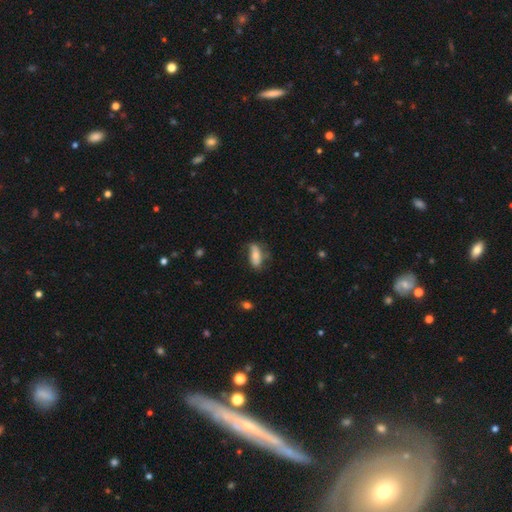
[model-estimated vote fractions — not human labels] Smooth or featured? Predicted: smooth (p=0.61). How rounded? Predicted: in between (p=0.78). Merging? Predicted: none (p=0.60).